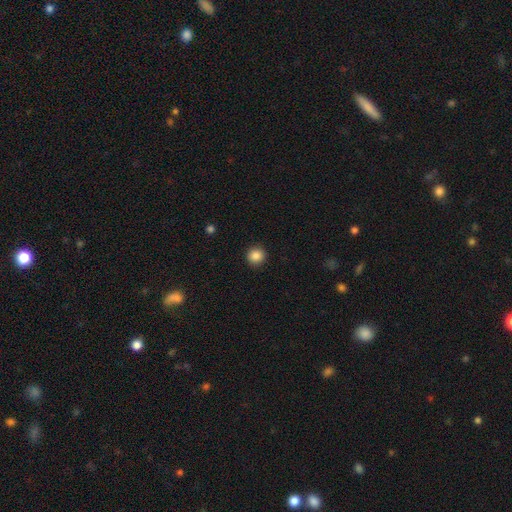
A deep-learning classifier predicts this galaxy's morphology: smooth_or_featured: smooth (p=0.87) [alt: star or artifact p=0.10]
how_rounded: round (p=0.93) [alt: in between p=0.06]
merging: none (p=0.92) [alt: minor disturbance p=0.05]